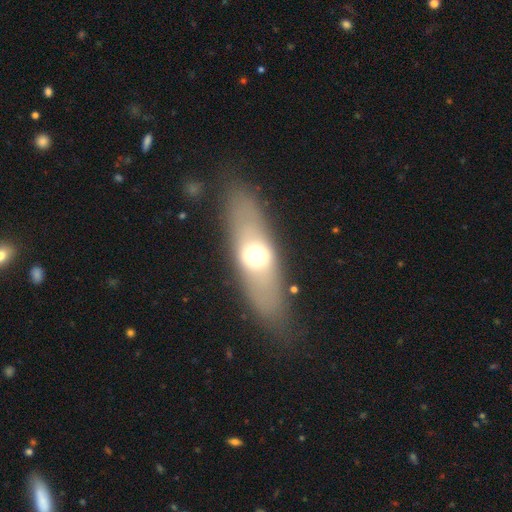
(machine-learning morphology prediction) A smooth galaxy with no disk features (53%) that is in between round and cigar-shaped (54%). Merging: none (81%).